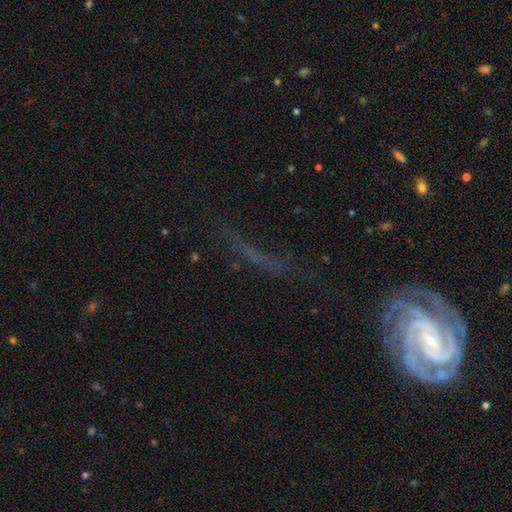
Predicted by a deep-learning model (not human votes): Overall: featured or disk (70%). Edge-on disk: no (91%). Bar: no (42%; weak 33%). Spiral arms: yes (87%). Spiral arm count: 2 (45%; can't tell 19%). Spiral winding: tight (44%; medium 32%). Bulge size: small (65%). Merging: none (57%; major disturbance 20%).